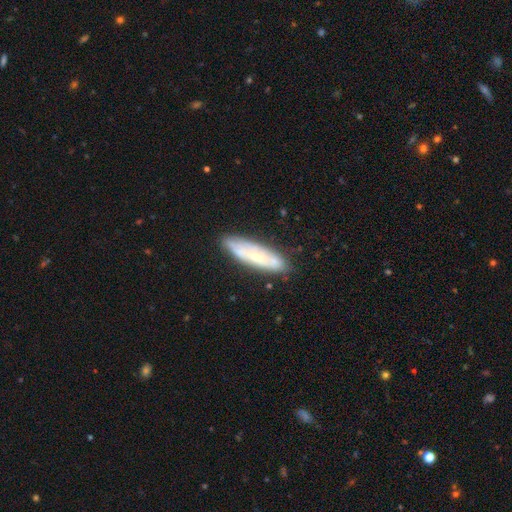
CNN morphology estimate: A featured or disk galaxy (48%).

Vote fractions:
- Smooth or featured? featured or disk: 48% / smooth: 44% / star or artifact: 7%
- Merging? none: 80% / minor disturbance: 15% / major disturbance: 3% / merger: 2%